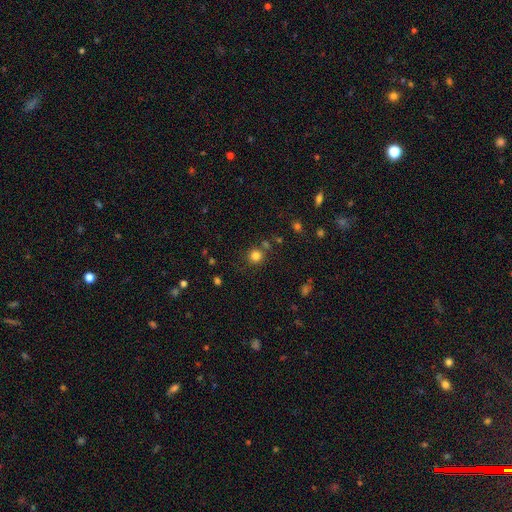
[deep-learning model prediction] This appears to be a smooth galaxy with no disk features (81%) that is round (92%). Merging: none (78%).